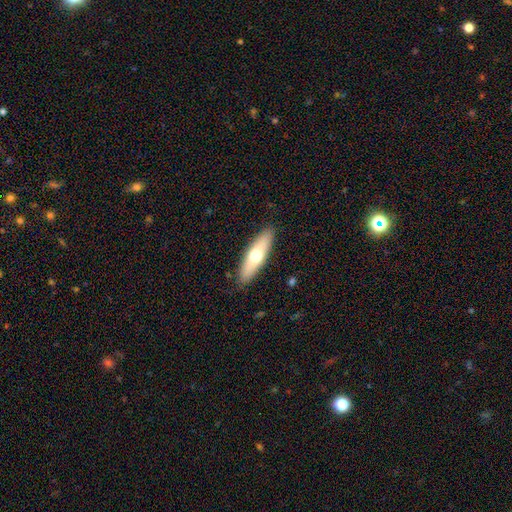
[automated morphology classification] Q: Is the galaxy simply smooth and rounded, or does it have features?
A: smooth — 57%.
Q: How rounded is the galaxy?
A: cigar-shaped — 58%.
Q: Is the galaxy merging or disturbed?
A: none — 88%.